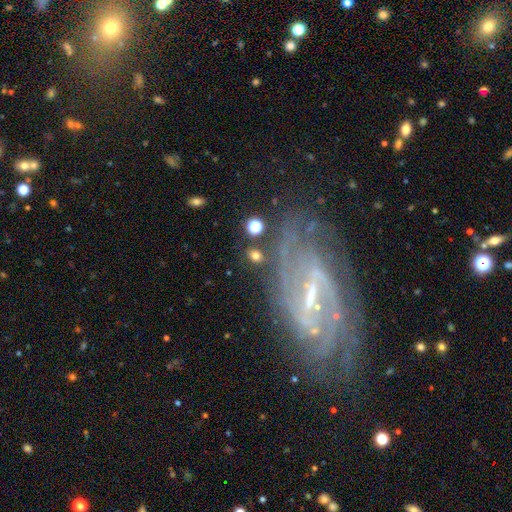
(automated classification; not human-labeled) The model was most divided on "how rounded": round: 55%, in between: 42%, cigar-shaped: 3%. More confident: merging — none (82%); smooth or featured — smooth (67%).